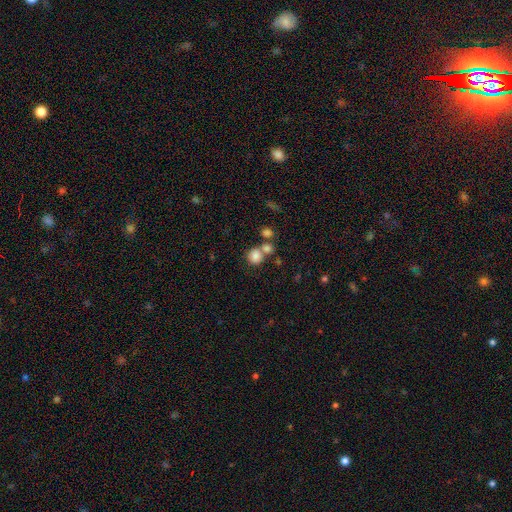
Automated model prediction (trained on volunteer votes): A smooth galaxy with no disk features (82%) that is round (78%).

Vote fractions:
- Smooth or featured? smooth: 82% / star or artifact: 10% / featured or disk: 7%
- How rounded? round: 78% / in between: 21% / cigar-shaped: 1%
- Merging? none: 48% / merger: 37% / minor disturbance: 10% / major disturbance: 5%